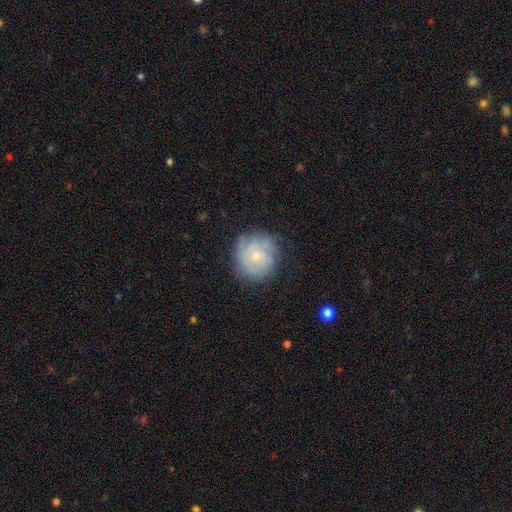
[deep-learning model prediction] smooth_or_featured: featured or disk (p=0.54) [alt: smooth p=0.38]
disk_edge_on: no (p=0.98) [alt: yes p=0.02]
bar: no (p=0.81) [alt: weak p=0.17]
has_spiral_arms: yes (p=0.85) [alt: no p=0.15]
bulge_size: small (p=0.73) [alt: moderate p=0.22]
merging: none (p=0.78) [alt: minor disturbance p=0.16]